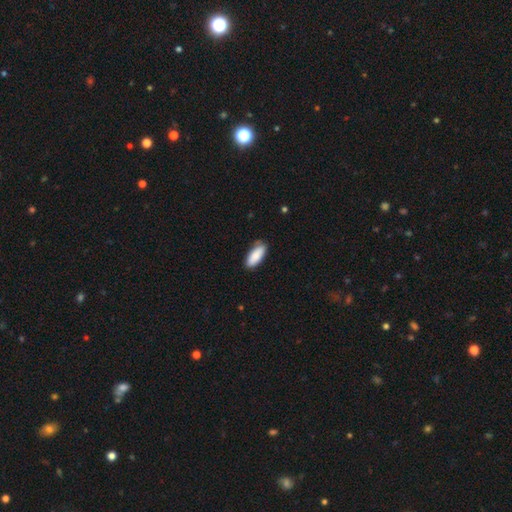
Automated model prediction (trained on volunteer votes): Q: Smooth or featured?
A: smooth (88%); runner-up: featured or disk (6%)
Q: How rounded?
A: in between (80%); runner-up: cigar-shaped (18%)
Q: Merging?
A: none (80%); runner-up: minor disturbance (16%)